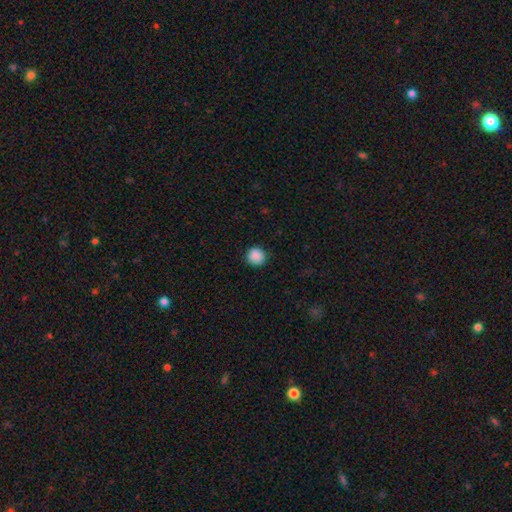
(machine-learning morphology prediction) Overall: smooth (89%). How rounded: round (93%). Merging: none (90%).